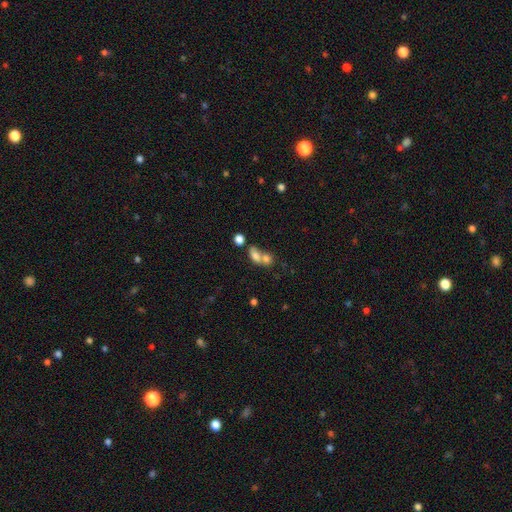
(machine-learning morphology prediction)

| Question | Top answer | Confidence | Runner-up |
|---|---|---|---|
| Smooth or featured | smooth | 73% | featured or disk (16%) |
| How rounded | in between | 65% | round (31%) |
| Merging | merger | 64% | none (23%) |